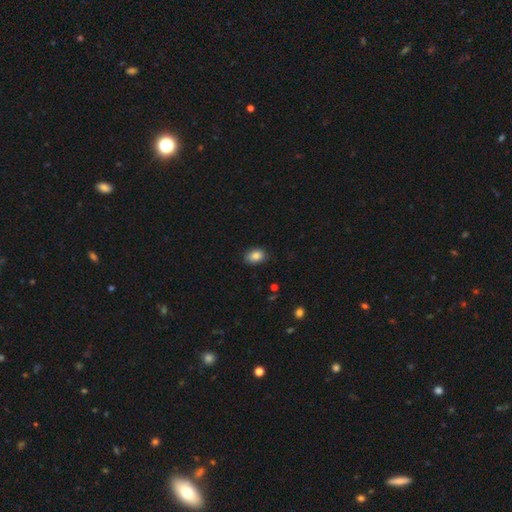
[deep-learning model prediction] Smooth or featured: smooth — 86% (star or artifact — 8%)
How rounded: in between — 81% (round — 18%)
Merging: none — 86% (minor disturbance — 11%)